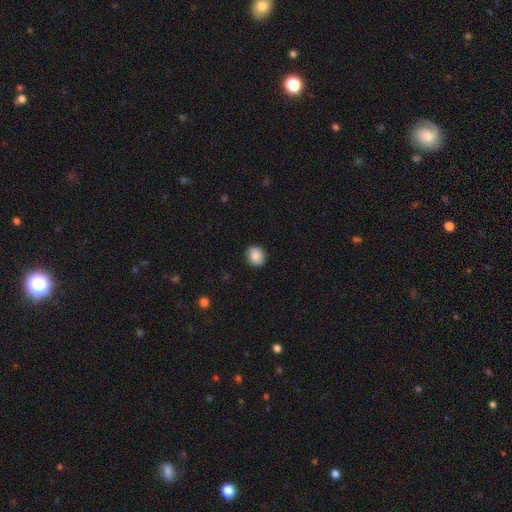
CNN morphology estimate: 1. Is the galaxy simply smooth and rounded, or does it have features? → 88% smooth, 8% star or artifact, 4% featured or disk.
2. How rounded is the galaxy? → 73% round, 26% in between, 1% cigar-shaped.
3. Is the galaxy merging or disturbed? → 90% none, 7% minor disturbance, 2% major disturbance, 1% merger.